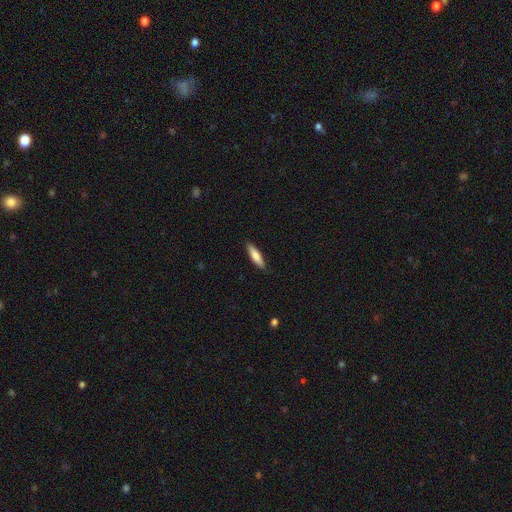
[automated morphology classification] A smooth galaxy with no disk features (75%) that is cigar-shaped (74%).

Vote fractions:
- Smooth or featured? smooth: 75% / featured or disk: 20% / star or artifact: 5%
- How rounded? cigar-shaped: 74% / in between: 25% / round: 1%
- Merging? none: 88% / minor disturbance: 10% / major disturbance: 2% / merger: 1%